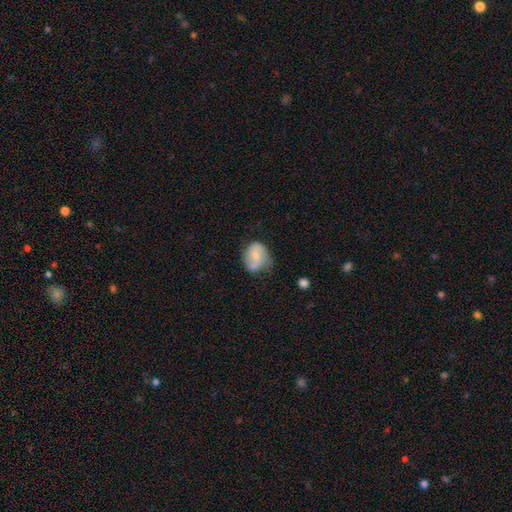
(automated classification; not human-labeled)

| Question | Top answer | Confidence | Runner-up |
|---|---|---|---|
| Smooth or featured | smooth | 56% | featured or disk (36%) |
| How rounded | round | 50% | in between (49%) |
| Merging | none | 45% | minor disturbance (38%) |